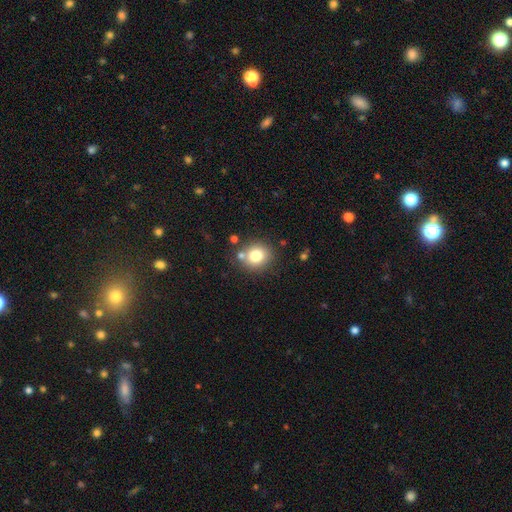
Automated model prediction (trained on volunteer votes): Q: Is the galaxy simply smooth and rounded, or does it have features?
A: smooth — 78%.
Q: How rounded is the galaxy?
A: round — 84%.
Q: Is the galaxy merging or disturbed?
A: none — 75%.